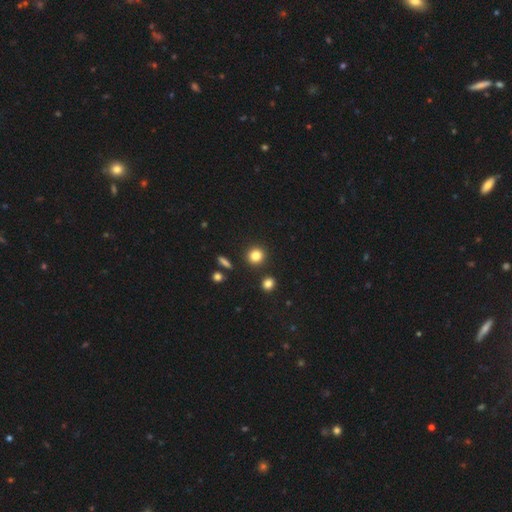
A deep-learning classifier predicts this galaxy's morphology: Overall: smooth (83%). How rounded: round (90%). Merging: none (88%).